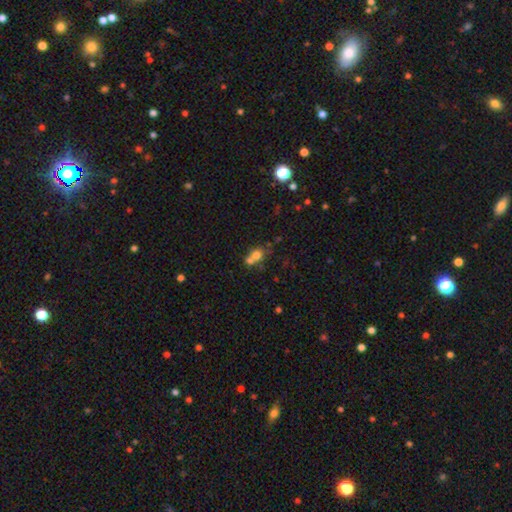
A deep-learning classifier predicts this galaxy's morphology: A smooth galaxy with no disk features (69%) that is round (76%). Merging: merger (53%).